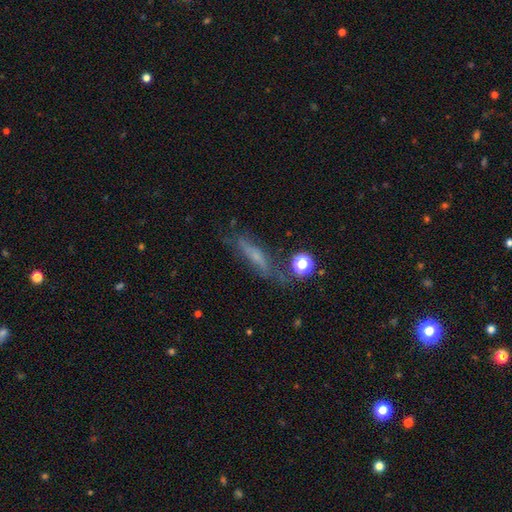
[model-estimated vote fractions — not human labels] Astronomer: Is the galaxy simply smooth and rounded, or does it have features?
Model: featured or disk — 44% (runner-up: smooth, 42%).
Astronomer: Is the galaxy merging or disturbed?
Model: none — 60%.